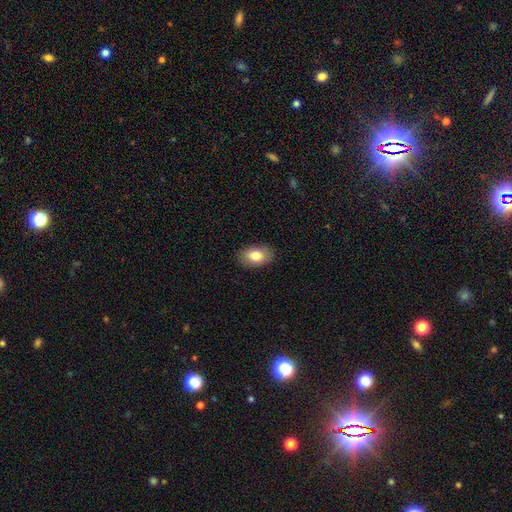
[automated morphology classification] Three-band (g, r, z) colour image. It shows a smooth galaxy with no disk features (81%) that is in between round and cigar-shaped (88%). Merging: none (88%).